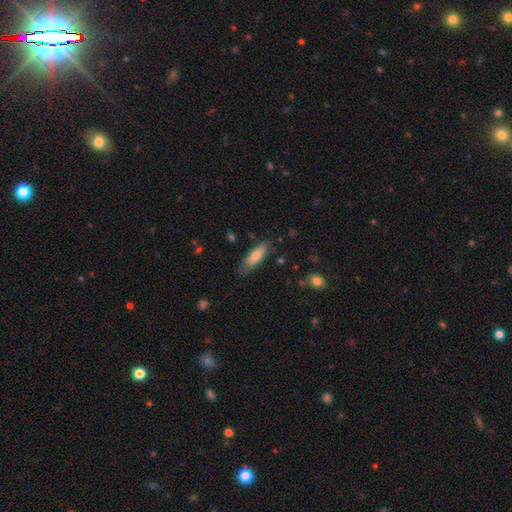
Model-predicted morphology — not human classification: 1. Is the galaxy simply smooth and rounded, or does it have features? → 76% smooth, 18% featured or disk, 6% star or artifact.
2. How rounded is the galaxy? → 53% cigar-shaped, 46% in between, 2% round.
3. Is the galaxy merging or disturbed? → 76% none, 18% minor disturbance, 4% major disturbance, 2% merger.